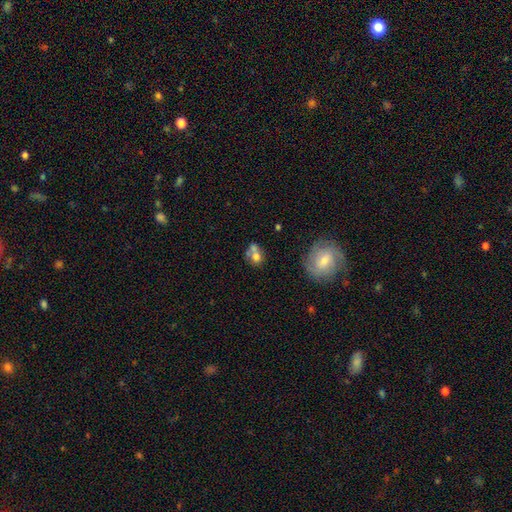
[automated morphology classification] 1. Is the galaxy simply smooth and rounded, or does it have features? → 67% smooth, 23% featured or disk, 10% star or artifact.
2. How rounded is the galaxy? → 55% round, 44% in between, 2% cigar-shaped.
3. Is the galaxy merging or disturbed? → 52% merger, 29% none, 12% minor disturbance, 8% major disturbance.